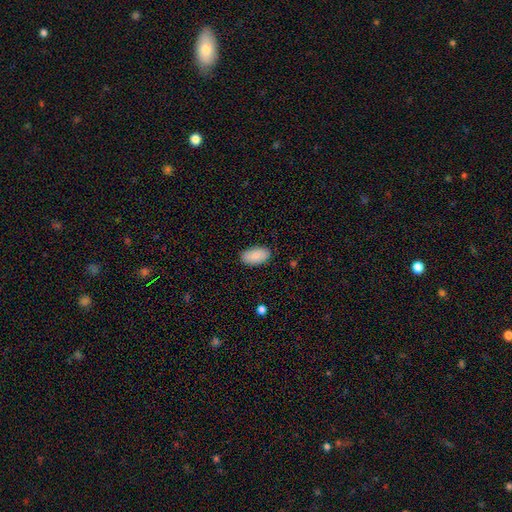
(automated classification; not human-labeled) Smooth or featured?
  - smooth: 89% *
  - star or artifact: 6%
  - featured or disk: 5%
How rounded?
  - in between: 95% *
  - round: 3%
  - cigar-shaped: 2%
Merging?
  - none: 87% *
  - minor disturbance: 10%
  - major disturbance: 2%
  - merger: 1%